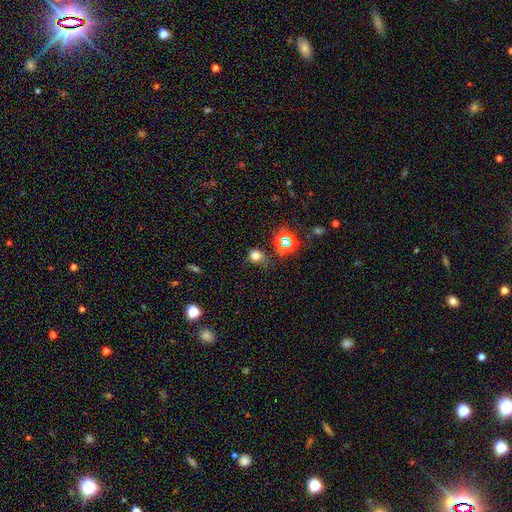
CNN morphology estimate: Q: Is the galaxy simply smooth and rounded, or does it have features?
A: smooth — 71%.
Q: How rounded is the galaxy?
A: round — 70%.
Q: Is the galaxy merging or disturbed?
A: none — 69%.